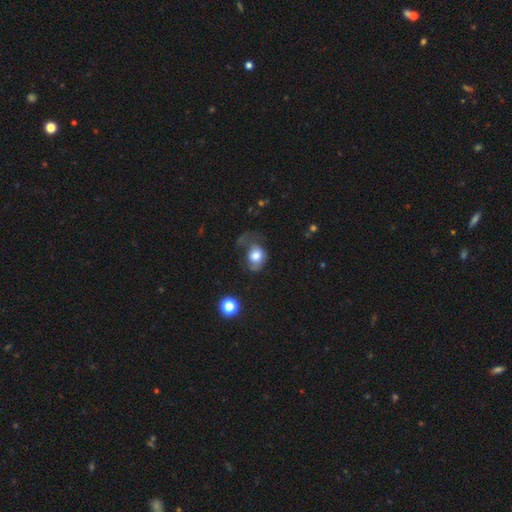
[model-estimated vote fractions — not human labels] Smooth or featured: smooth — 70% (featured or disk — 21%)
How rounded: round — 50% (in between — 49%)
Merging: major disturbance — 41% (none — 29%)